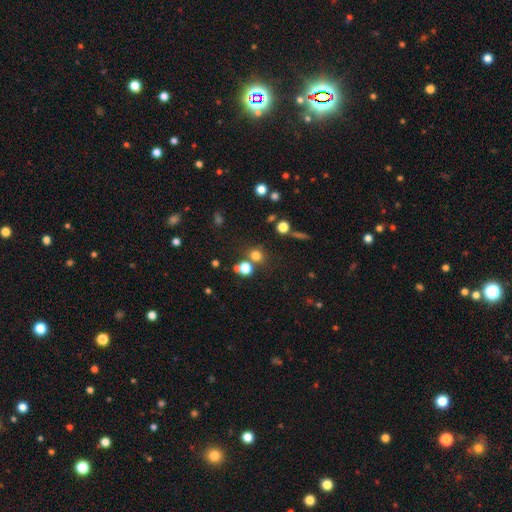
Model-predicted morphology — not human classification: Smooth or featured?
  - smooth: 71% *
  - star or artifact: 21%
  - featured or disk: 7%
How rounded?
  - round: 88% *
  - in between: 11%
  - cigar-shaped: 1%
Merging?
  - none: 71% *
  - merger: 17%
  - minor disturbance: 8%
  - major disturbance: 4%